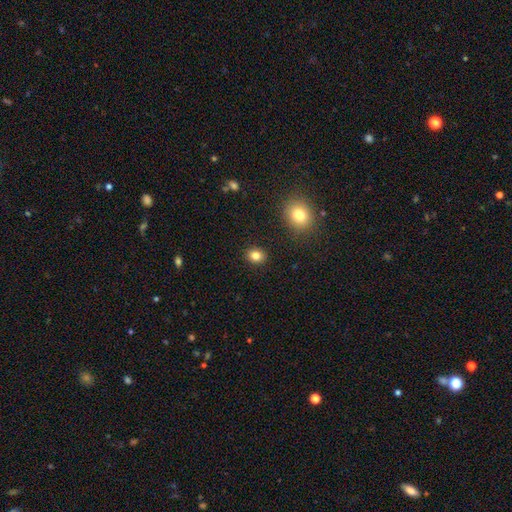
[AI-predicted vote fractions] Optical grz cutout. It shows a smooth galaxy with no disk features (82%) that is round (69%). Merging: none (90%).